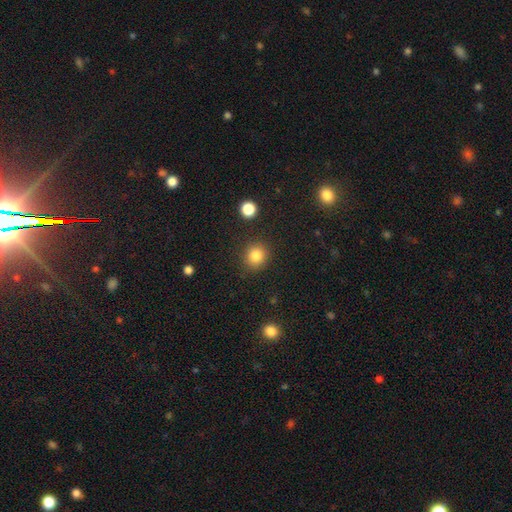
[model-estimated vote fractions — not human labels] Smooth or featured?
  - smooth: 83% *
  - star or artifact: 11%
  - featured or disk: 5%
How rounded?
  - round: 83% *
  - in between: 16%
  - cigar-shaped: 1%
Merging?
  - none: 87% *
  - minor disturbance: 8%
  - major disturbance: 3%
  - merger: 2%